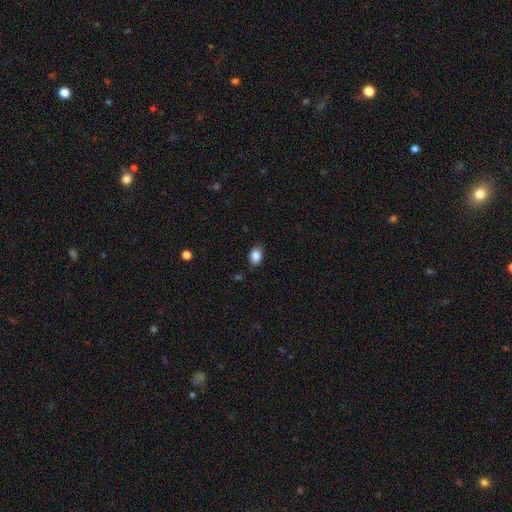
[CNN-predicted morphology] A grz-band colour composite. It shows a smooth galaxy with no disk features (86%) that is in between round and cigar-shaped (79%). Merging: none (82%).